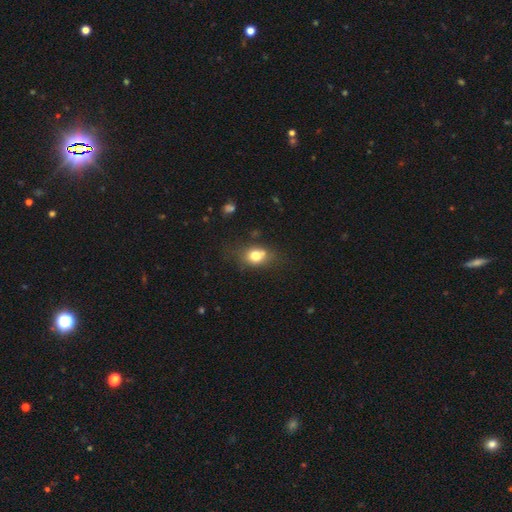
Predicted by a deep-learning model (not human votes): A smooth galaxy with no disk features (75%) that is in between round and cigar-shaped (52%). Merging: none (60%).